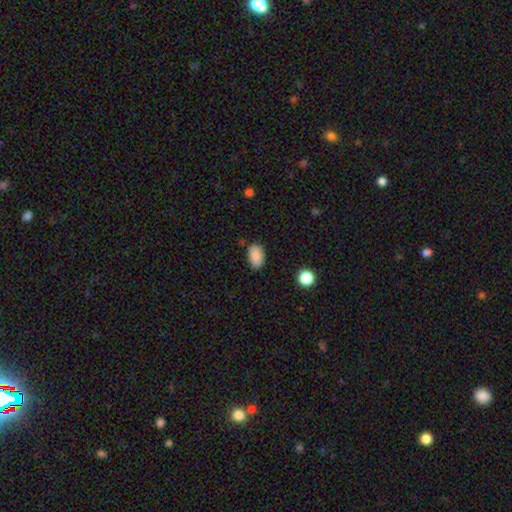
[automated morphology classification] Smooth or featured? smooth (88%)
How rounded? in between (90%)
Merging? none (83%)